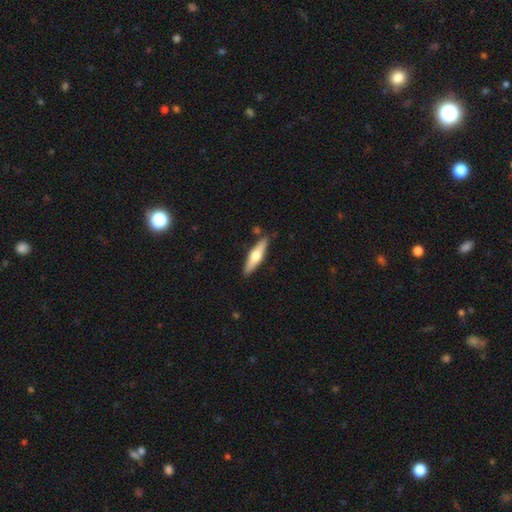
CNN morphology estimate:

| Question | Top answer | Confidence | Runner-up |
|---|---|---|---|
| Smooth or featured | featured or disk | 48% | smooth (47%) |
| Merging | none | 86% | minor disturbance (9%) |